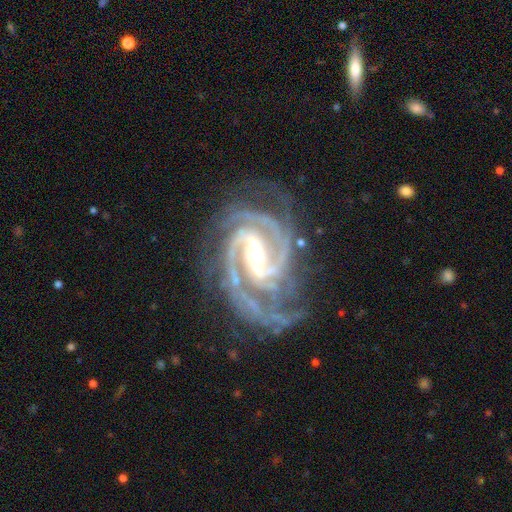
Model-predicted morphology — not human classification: Smooth or featured: featured or disk — 94% (star or artifact — 4%)
Edge-on disk: no — 98% (yes — 2%)
Bar: strong — 52% (weak — 36%)
Spiral arms: yes — 99% (no — 1%)
Spiral winding: tight — 56% (medium — 39%)
Spiral arm count: 2 — 50% (3 — 28%)
Bulge size: small — 51% (moderate — 43%)
Merging: none — 71% (minor disturbance — 18%)